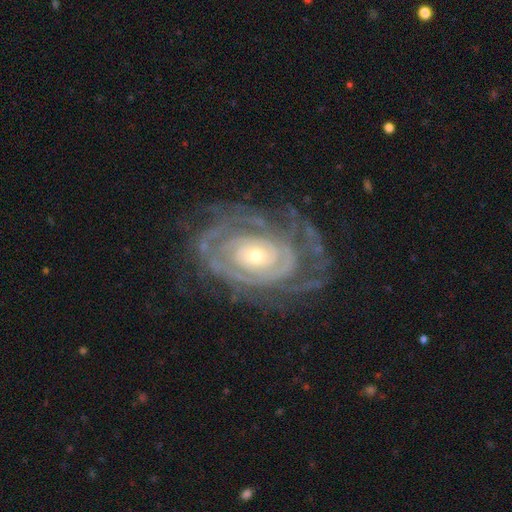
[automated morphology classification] smooth_or_featured: featured or disk (p=0.87) [alt: smooth p=0.08]
disk_edge_on: no (p=0.95) [alt: yes p=0.05]
bar: no (p=0.78) [alt: weak p=0.15]
has_spiral_arms: yes (p=0.90) [alt: no p=0.10]
spiral_winding: tight (p=0.79) [alt: medium p=0.16]
spiral_arm_count: can't tell (p=0.43) [alt: 2 p=0.19]
bulge_size: small (p=0.60) [alt: moderate p=0.35]
merging: none (p=0.69) [alt: minor disturbance p=0.18]